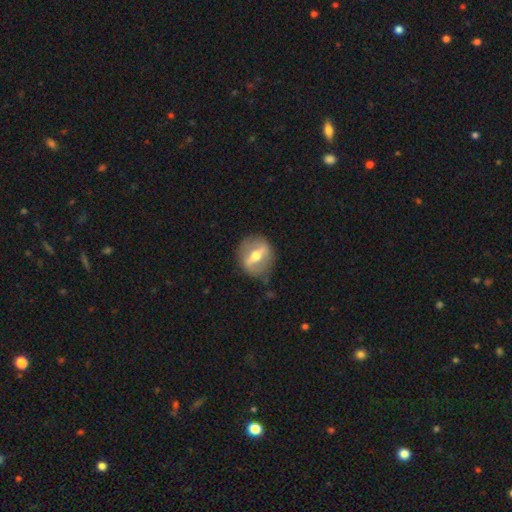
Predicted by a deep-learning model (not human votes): Smooth or featured?
  - featured or disk: 68% *
  - smooth: 26%
  - star or artifact: 6%
Edge-on disk?
  - no: 72% *
  - yes: 28%
Merging?
  - none: 79% *
  - minor disturbance: 14%
  - major disturbance: 6%
  - merger: 2%